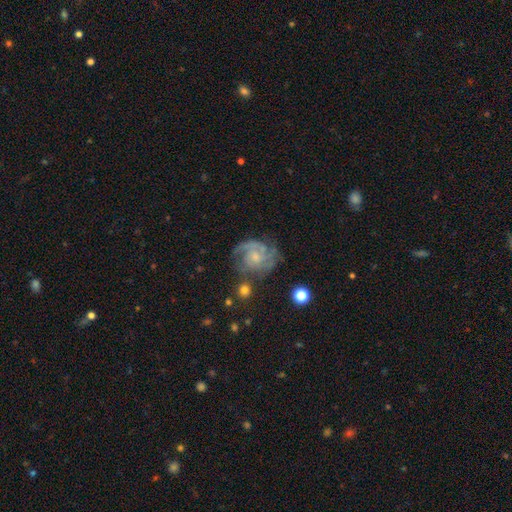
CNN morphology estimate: This appears to be a featured or disk galaxy (79%) with no bar (71%), tight (47%) spiral arms (92%) and a small central bulge (53%). Merging: none (58%).